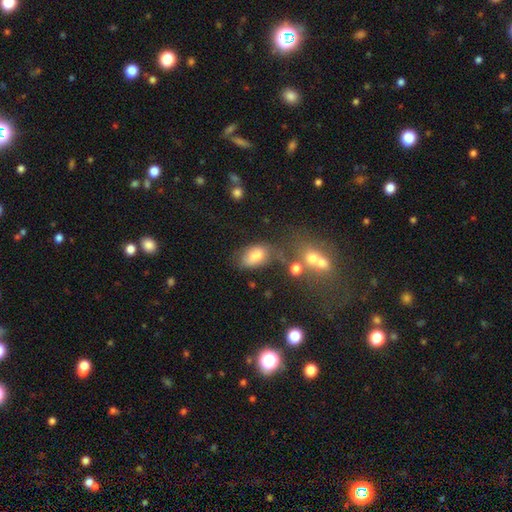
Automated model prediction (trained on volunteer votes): Overall: smooth (73%). How rounded: in between (89%). Merging: none (41%; minor disturbance 27%).